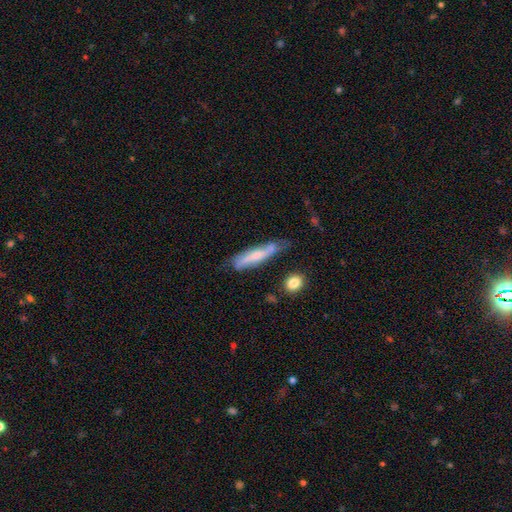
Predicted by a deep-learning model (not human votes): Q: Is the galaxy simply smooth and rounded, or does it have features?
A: smooth — 48%.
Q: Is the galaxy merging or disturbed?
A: none — 55%.